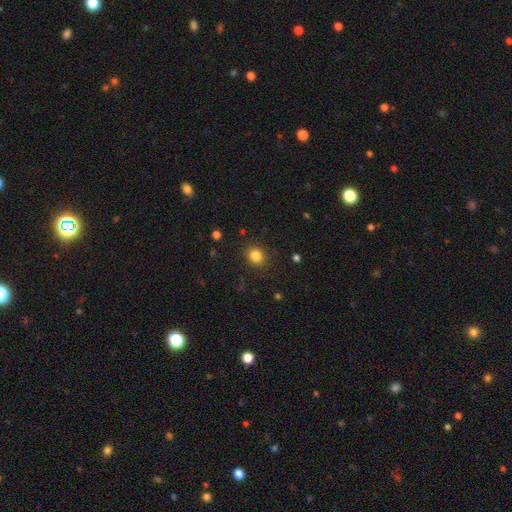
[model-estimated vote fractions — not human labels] A smooth galaxy with no disk features (84%) that is round (64%).

Vote fractions:
- Smooth or featured? smooth: 84% / star or artifact: 12% / featured or disk: 5%
- How rounded? round: 64% / in between: 35% / cigar-shaped: 1%
- Merging? none: 88% / minor disturbance: 8% / major disturbance: 3% / merger: 1%